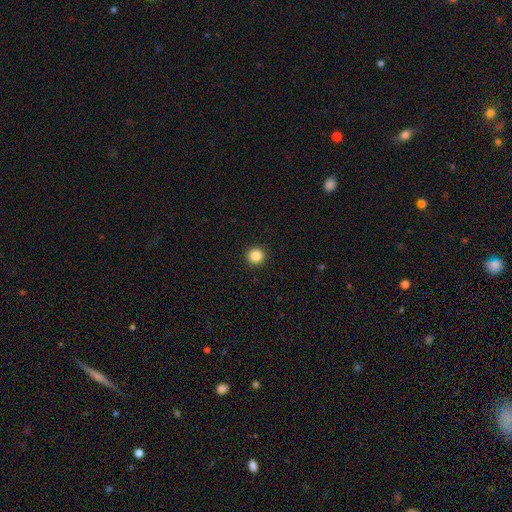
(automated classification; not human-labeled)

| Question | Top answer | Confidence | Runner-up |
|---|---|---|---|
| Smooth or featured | smooth | 85% | star or artifact (11%) |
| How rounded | round | 96% | in between (3%) |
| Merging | none | 94% | minor disturbance (4%) |